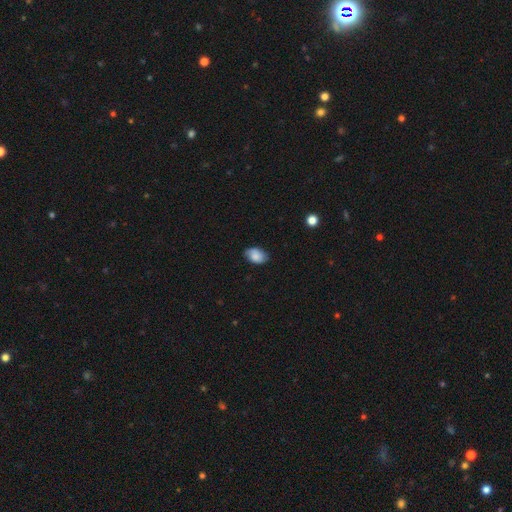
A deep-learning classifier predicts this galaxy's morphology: The model was most divided on "merging": none: 79%, minor disturbance: 17%, major disturbance: 3%, merger: 1%. More confident: how rounded — in between (87%); smooth or featured — smooth (80%).